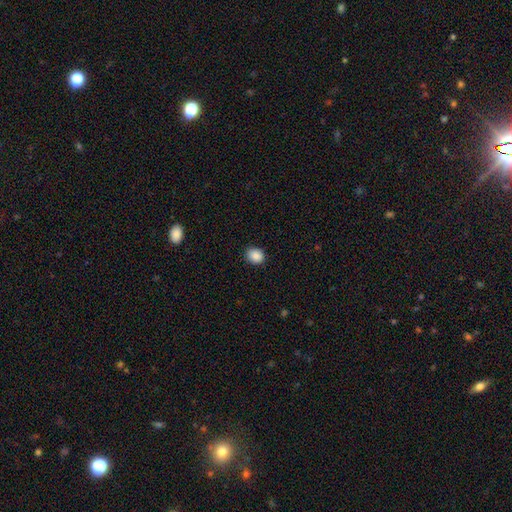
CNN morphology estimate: smooth 88%, star or artifact 9%, featured or disk 3%. Down the decision tree: how rounded — round (65%); merging — none (88%).